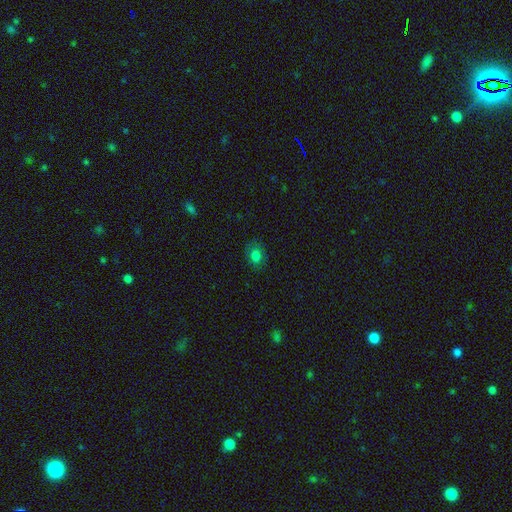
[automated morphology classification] The model was most divided on "how rounded": in between: 58%, round: 41%, cigar-shaped: 1%. More confident: merging — none (80%); smooth or featured — smooth (77%).